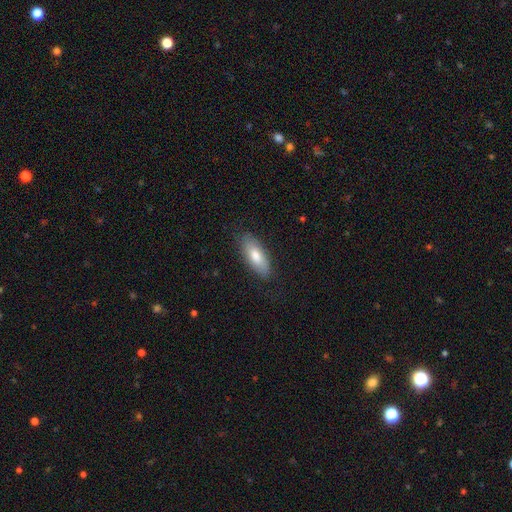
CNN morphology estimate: smooth_or_featured: smooth (p=0.72) [alt: featured or disk p=0.21]
how_rounded: in between (p=0.77) [alt: cigar-shaped p=0.21]
merging: none (p=0.82) [alt: minor disturbance p=0.14]